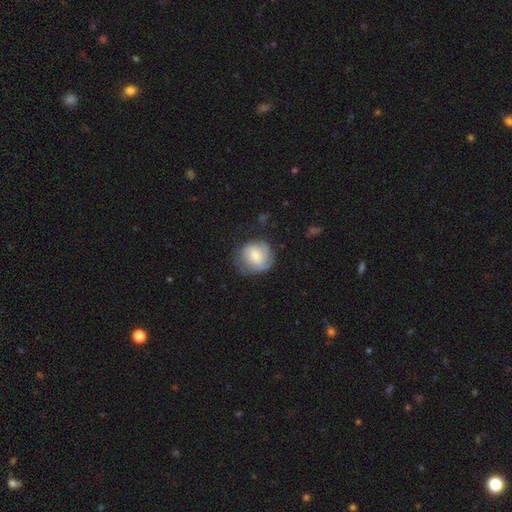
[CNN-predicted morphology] smooth-or-featured: smooth: 52% | featured or disk: 41% | star or artifact: 7%
  how-rounded: round: 83% | in between: 16% | cigar-shaped: 1%
  merging: none: 63% | minor disturbance: 24% | major disturbance: 12% | merger: 1%